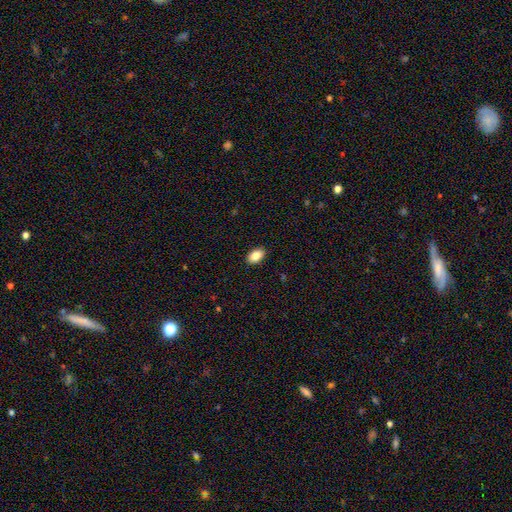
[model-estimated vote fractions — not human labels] Overall: smooth (86%). How rounded: in between (90%). Merging: none (90%).